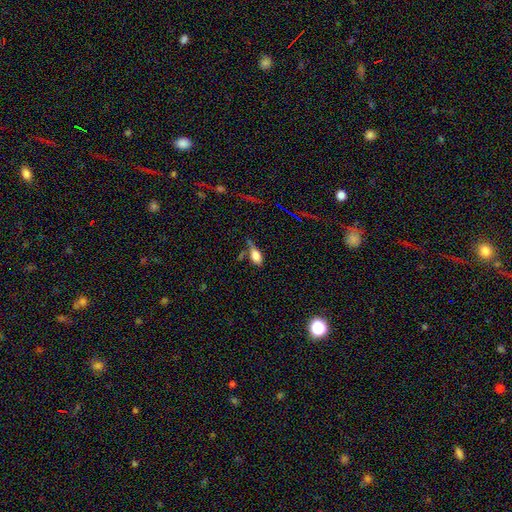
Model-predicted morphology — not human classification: A smooth galaxy with no disk features (75%) that is in between round and cigar-shaped (86%).

Vote fractions:
- Smooth or featured? smooth: 75% / featured or disk: 13% / star or artifact: 12%
- How rounded? in between: 86% / cigar-shaped: 8% / round: 6%
- Merging? none: 43% / minor disturbance: 25% / merger: 16% / major disturbance: 15%